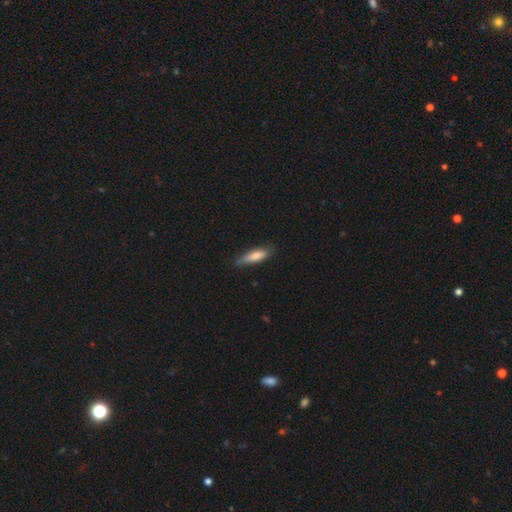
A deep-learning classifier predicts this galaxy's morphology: Smooth or featured: smooth — 72% (featured or disk — 21%)
How rounded: cigar-shaped — 61% (in between — 37%)
Merging: none — 66% (minor disturbance — 27%)